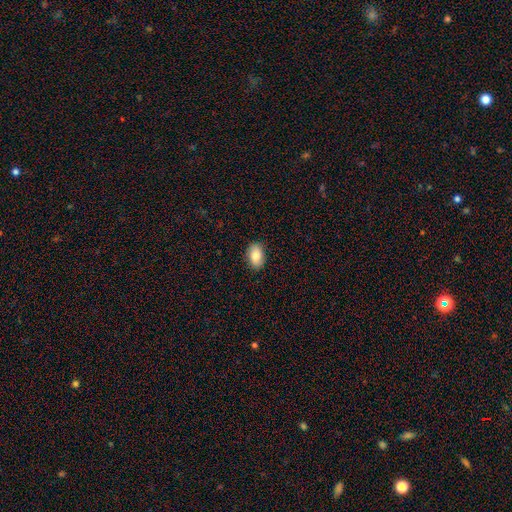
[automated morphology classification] Overall: smooth (85%). How rounded: in between (89%). Merging: none (87%).